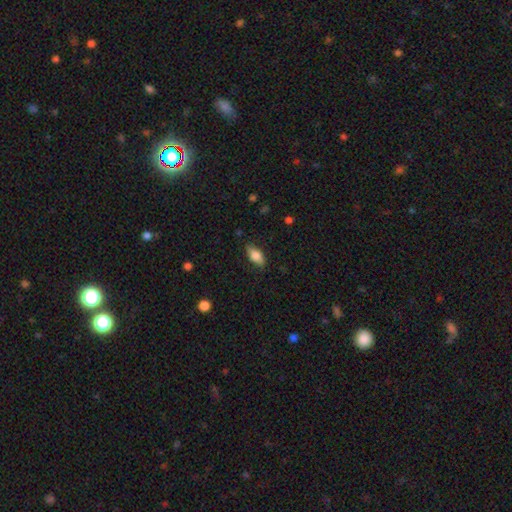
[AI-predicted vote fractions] Smooth or featured: smooth — 81% (featured or disk — 12%)
How rounded: in between — 88% (cigar-shaped — 8%)
Merging: none — 82% (minor disturbance — 14%)